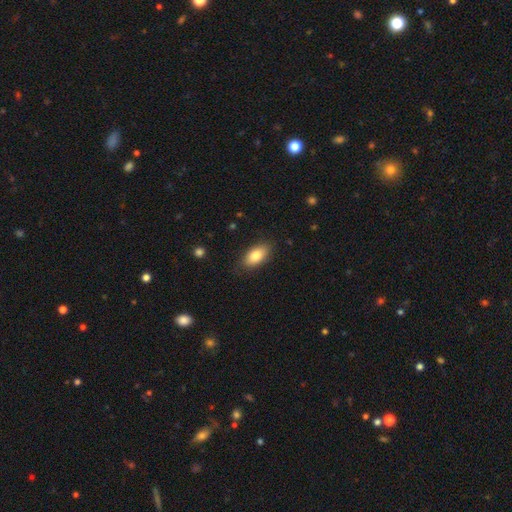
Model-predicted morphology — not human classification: smooth 82%, featured or disk 11%, star or artifact 7%. Down the decision tree: how rounded — in between (91%); merging — none (83%).